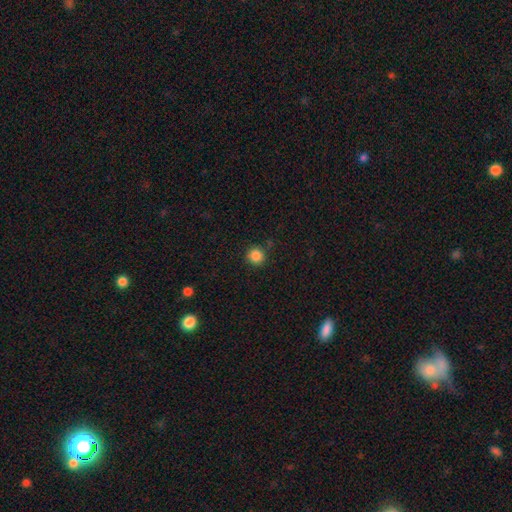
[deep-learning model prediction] Overall: smooth (86%). How rounded: round (94%). Merging: none (88%).